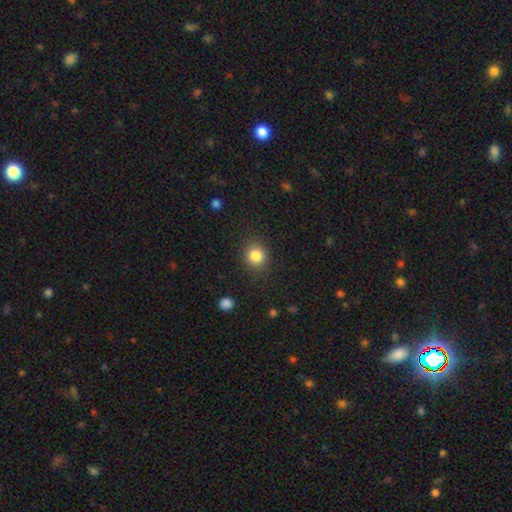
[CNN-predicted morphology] smooth_or_featured: smooth (p=0.85) [alt: star or artifact p=0.10]
how_rounded: round (p=0.80) [alt: in between p=0.19]
merging: none (p=0.86) [alt: minor disturbance p=0.09]